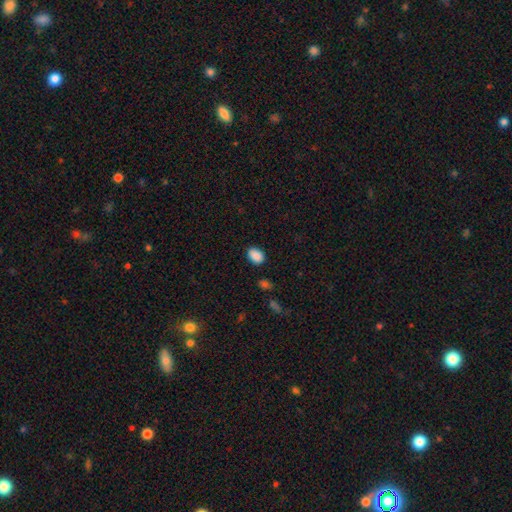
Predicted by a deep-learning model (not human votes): This is clearly a smooth galaxy (89%). How rounded: likely in between (73%). Merging: clearly none (85%).